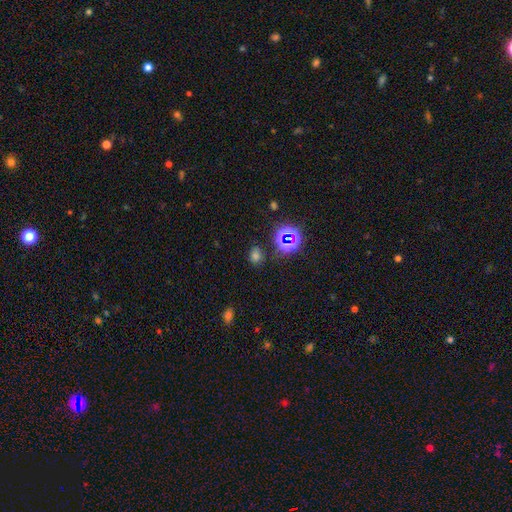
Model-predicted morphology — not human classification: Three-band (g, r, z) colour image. It shows a smooth galaxy with no disk features (54%) that is round (62%). Merging: none (80%).